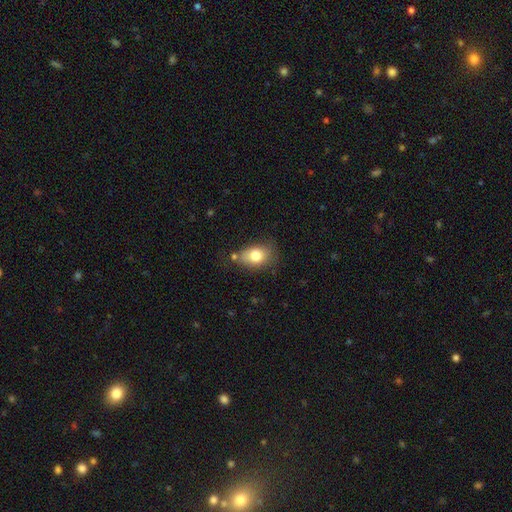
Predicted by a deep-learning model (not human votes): Smooth or featured: smooth — 80% (featured or disk — 12%)
How rounded: in between — 76% (round — 22%)
Merging: none — 61% (minor disturbance — 25%)